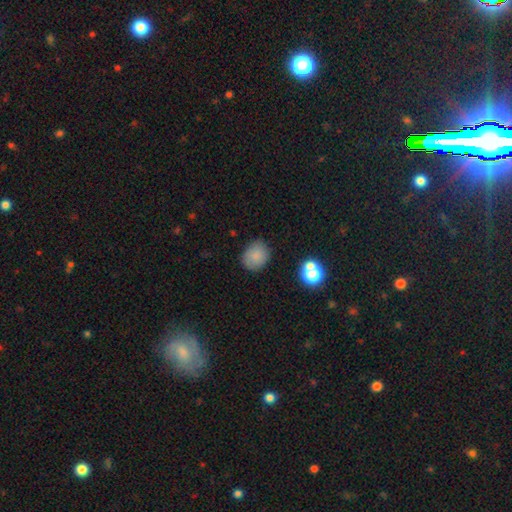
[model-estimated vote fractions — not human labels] The model was most divided on "how rounded": round: 60%, in between: 40%, cigar-shaped: 1%. More confident: smooth or featured — smooth (82%); merging — none (78%).